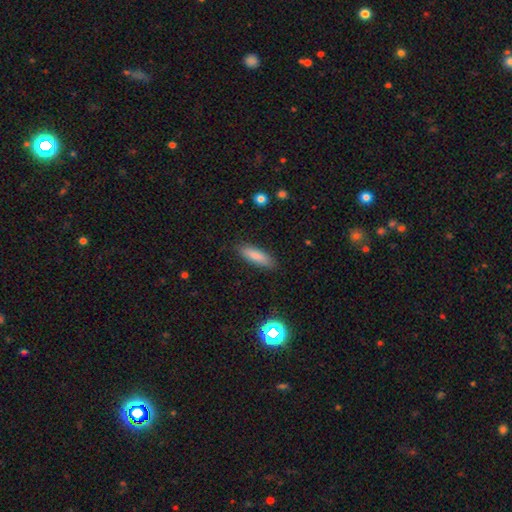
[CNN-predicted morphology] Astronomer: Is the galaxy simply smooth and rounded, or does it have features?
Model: smooth — 85%.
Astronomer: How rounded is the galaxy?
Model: cigar-shaped — 54% (runner-up: in between, 45%).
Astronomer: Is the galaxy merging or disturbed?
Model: none — 87%.